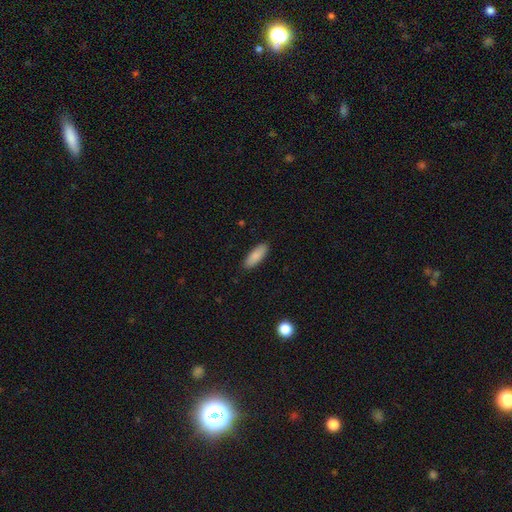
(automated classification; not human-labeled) Q: Smooth or featured?
A: smooth (88%); runner-up: featured or disk (6%)
Q: How rounded?
A: in between (65%); runner-up: cigar-shaped (33%)
Q: Merging?
A: none (89%); runner-up: minor disturbance (8%)